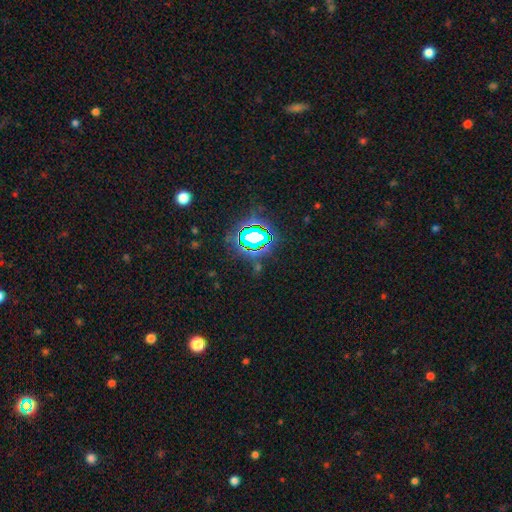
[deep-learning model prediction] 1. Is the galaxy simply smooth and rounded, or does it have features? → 81% star or artifact, 12% smooth, 7% featured or disk.